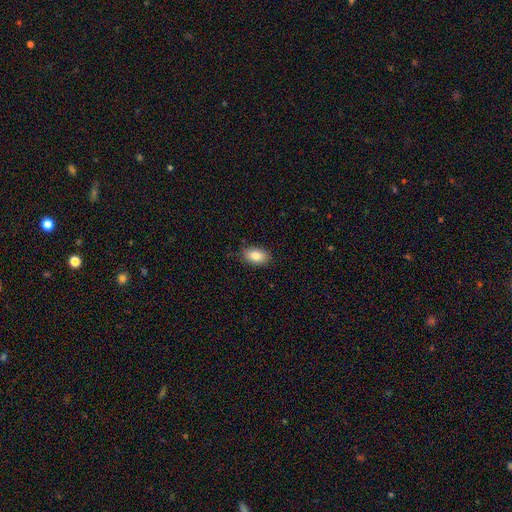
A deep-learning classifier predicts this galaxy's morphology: Overall: smooth (85%). How rounded: in between (90%). Merging: none (86%).